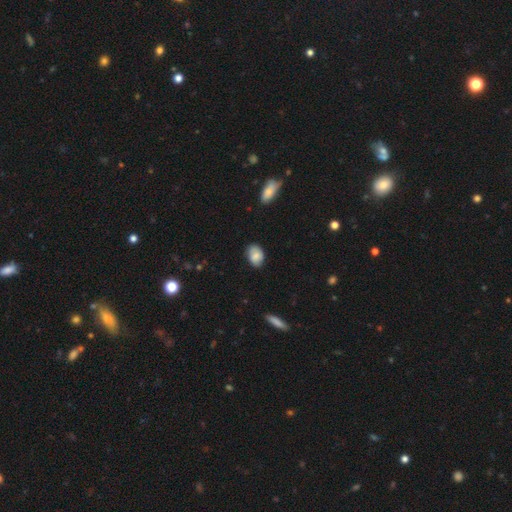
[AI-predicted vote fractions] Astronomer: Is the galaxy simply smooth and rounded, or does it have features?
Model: smooth — 80%.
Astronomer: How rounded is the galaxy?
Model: in between — 82%.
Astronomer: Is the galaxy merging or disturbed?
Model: none — 75%.